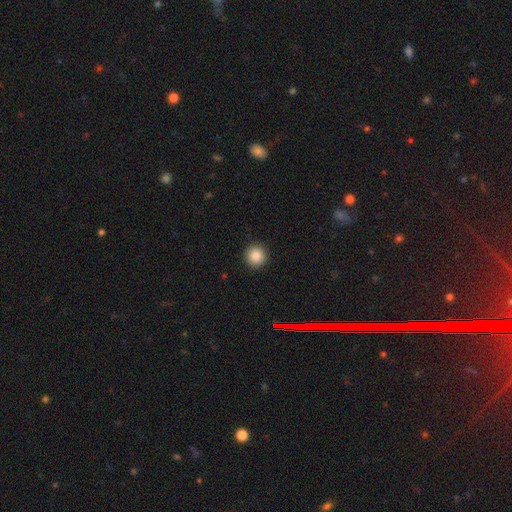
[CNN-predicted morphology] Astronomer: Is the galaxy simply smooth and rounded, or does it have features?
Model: smooth — 86%.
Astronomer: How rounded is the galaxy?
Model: round — 95%.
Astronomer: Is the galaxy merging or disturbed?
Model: none — 93%.